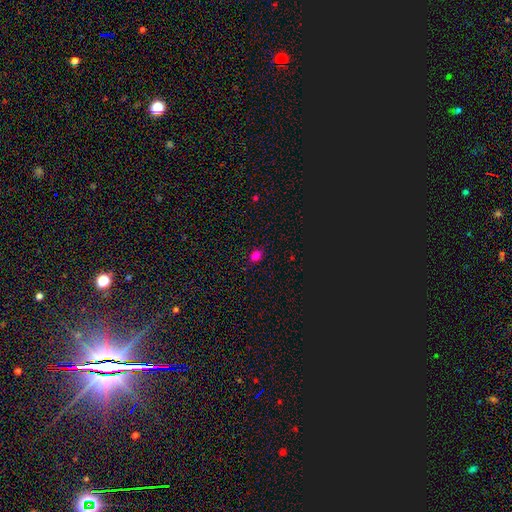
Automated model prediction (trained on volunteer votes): This is likely a smooth galaxy (78%). How rounded: likely in between (65%). Merging: clearly none (86%).